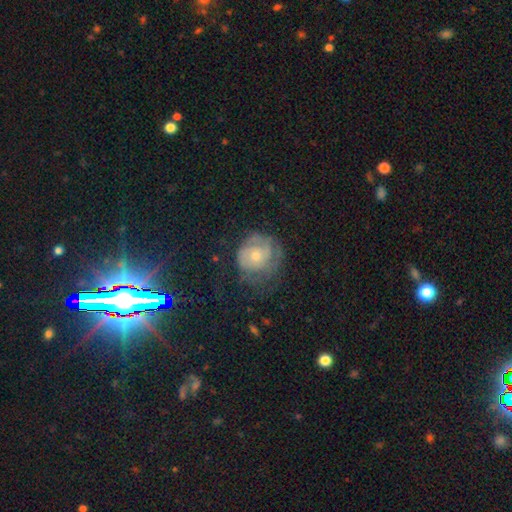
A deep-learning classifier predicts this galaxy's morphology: Smooth or featured? Predicted: featured or disk (p=0.62). Edge-on disk? Predicted: no (p=0.97). Bar? Predicted: no (p=0.82). Spiral arms? Predicted: yes (p=0.79). Bulge size? Predicted: small (p=0.50). Merging? Predicted: none (p=0.59).